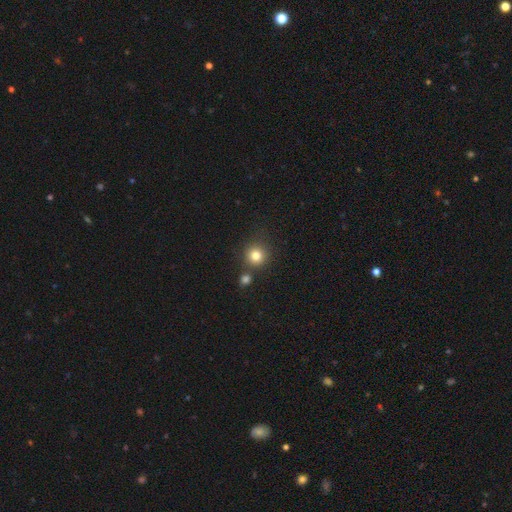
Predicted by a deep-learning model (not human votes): The model was most divided on "merging": none: 76%, merger: 13%, minor disturbance: 9%, major disturbance: 3%. More confident: how rounded — round (93%); smooth or featured — smooth (80%).